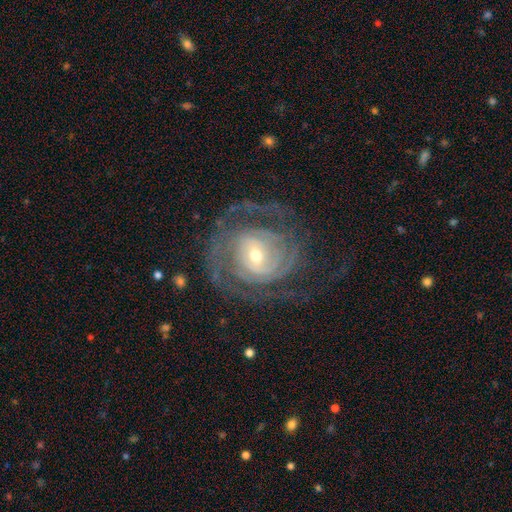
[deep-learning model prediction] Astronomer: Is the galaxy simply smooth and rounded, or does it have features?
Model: featured or disk — 89%.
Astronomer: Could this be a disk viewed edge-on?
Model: no — 97%.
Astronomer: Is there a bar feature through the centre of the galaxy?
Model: no — 45% (runner-up: weak, 39%).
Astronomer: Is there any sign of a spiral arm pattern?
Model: yes — 96%.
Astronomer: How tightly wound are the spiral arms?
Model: tight — 67%.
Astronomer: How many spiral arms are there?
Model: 2 — 34% (runner-up: can't tell, 25%).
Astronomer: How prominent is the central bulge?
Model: small — 52% (runner-up: moderate, 43%).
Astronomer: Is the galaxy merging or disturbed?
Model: none — 68%.